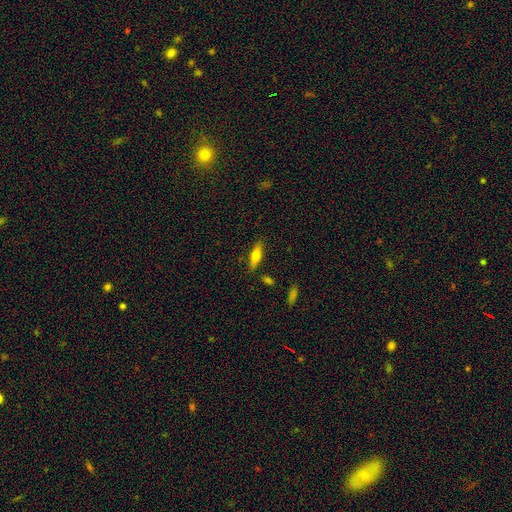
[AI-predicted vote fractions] Morphology: type=smooth (63%); roundness=cigar-shaped (51%); merging=none (82%).